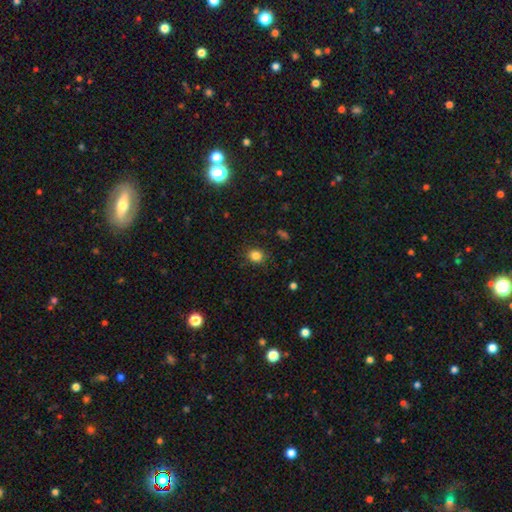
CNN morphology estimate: Smooth or featured: smooth — 84% (star or artifact — 12%)
How rounded: round — 69% (in between — 31%)
Merging: none — 85% (minor disturbance — 11%)